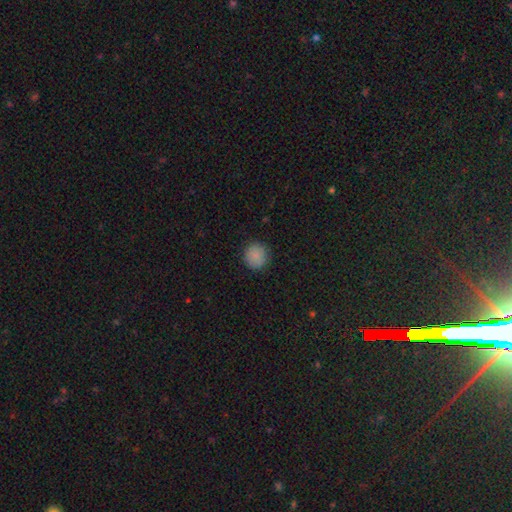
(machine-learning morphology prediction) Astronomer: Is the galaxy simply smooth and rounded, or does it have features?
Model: smooth — 86%.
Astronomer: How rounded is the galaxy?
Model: round — 93%.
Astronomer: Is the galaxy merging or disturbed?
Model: none — 88%.